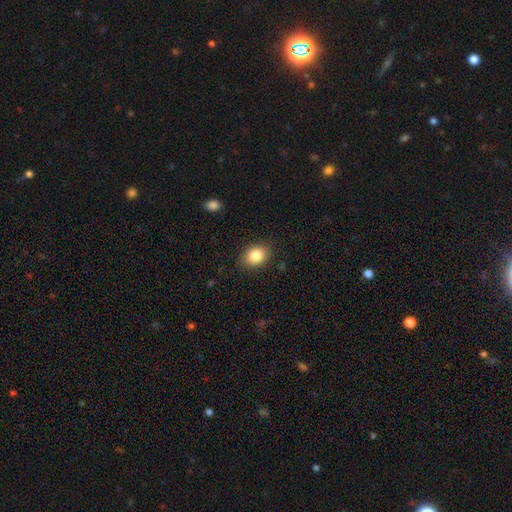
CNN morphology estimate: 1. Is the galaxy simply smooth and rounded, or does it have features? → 85% smooth, 9% star or artifact, 6% featured or disk.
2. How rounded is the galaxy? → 56% in between, 43% round, 1% cigar-shaped.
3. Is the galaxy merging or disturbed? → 87% none, 10% minor disturbance, 3% major disturbance, 1% merger.